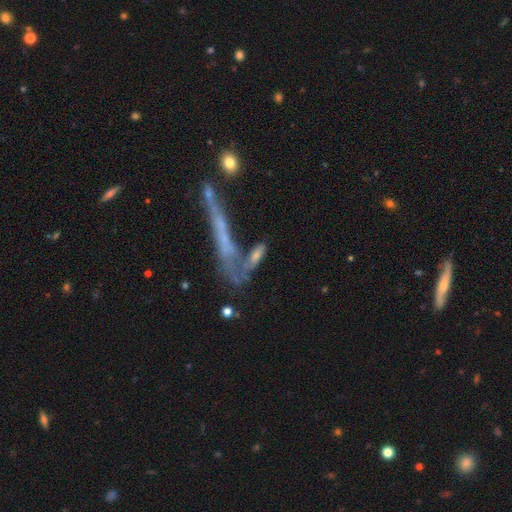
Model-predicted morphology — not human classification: A smooth galaxy with no disk features (57%) that is cigar-shaped (56%). Merging: none (39%).